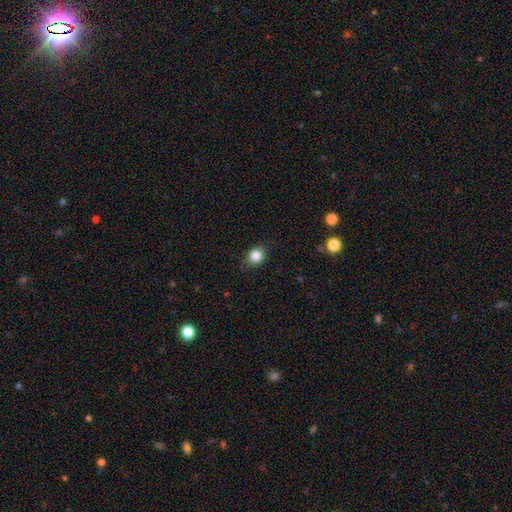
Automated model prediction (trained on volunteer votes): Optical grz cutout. It shows a smooth galaxy with no disk features (84%) that is round (62%). Merging: none (83%).